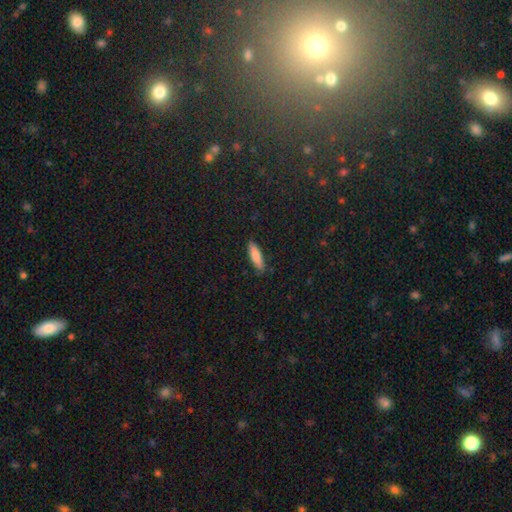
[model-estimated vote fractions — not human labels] Smooth or featured? smooth (83%)
How rounded? cigar-shaped (62%)
Merging? none (86%)